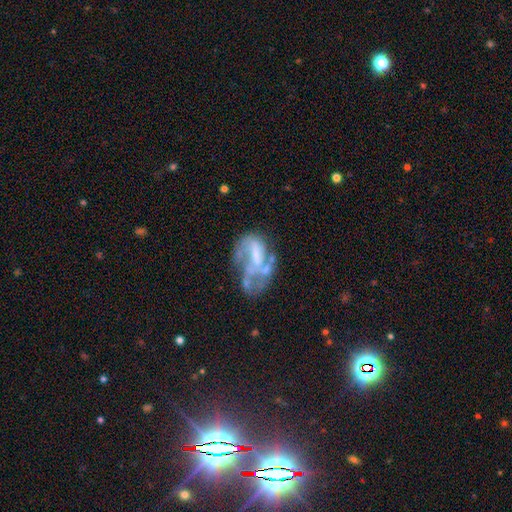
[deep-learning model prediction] featured or disk 70%, smooth 20%, star or artifact 10%. Down the decision tree: edge-on disk — no (97%); bar — no (50%); spiral arms — no (53%); bulge size — none (45%); merging — major disturbance (35%).